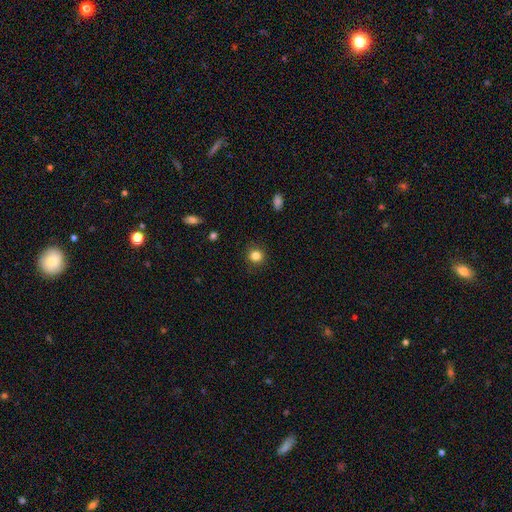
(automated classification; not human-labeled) smooth-or-featured: smooth: 84% | star or artifact: 12% | featured or disk: 5%
  how-rounded: round: 90% | in between: 9% | cigar-shaped: 1%
  merging: none: 89% | minor disturbance: 7% | major disturbance: 2% | merger: 1%